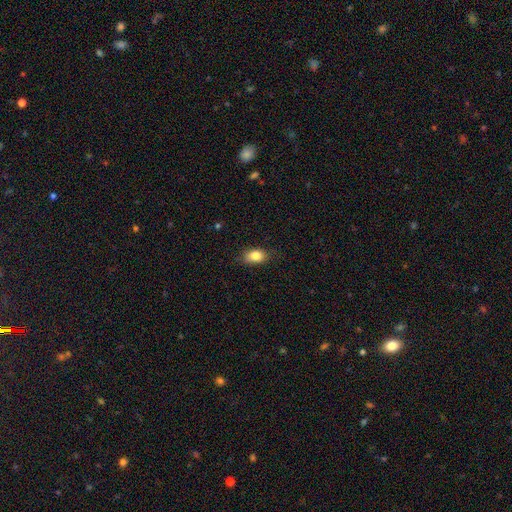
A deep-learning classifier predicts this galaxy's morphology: The model was most divided on "merging": none: 78%, minor disturbance: 18%, major disturbance: 4%, merger: 1%. More confident: smooth or featured — smooth (83%); how rounded — in between (80%).